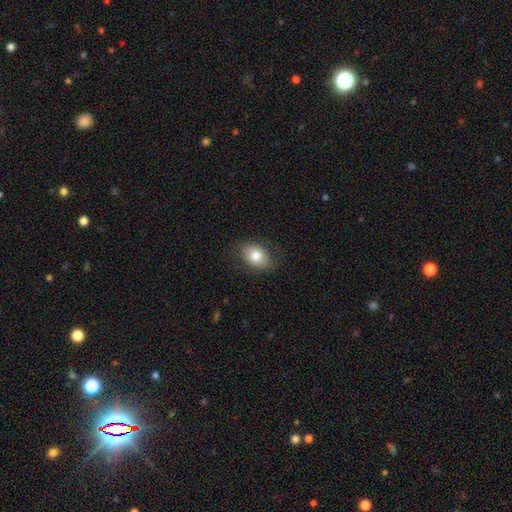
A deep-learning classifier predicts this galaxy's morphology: Smooth or featured: smooth — 79% (featured or disk — 13%)
How rounded: in between — 74% (round — 25%)
Merging: none — 82% (minor disturbance — 13%)